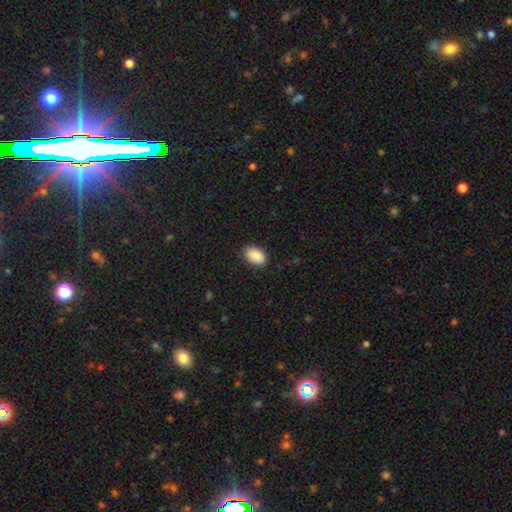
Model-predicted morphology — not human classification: smooth 91%, star or artifact 6%, featured or disk 3%. Down the decision tree: how rounded — in between (92%); merging — none (88%).